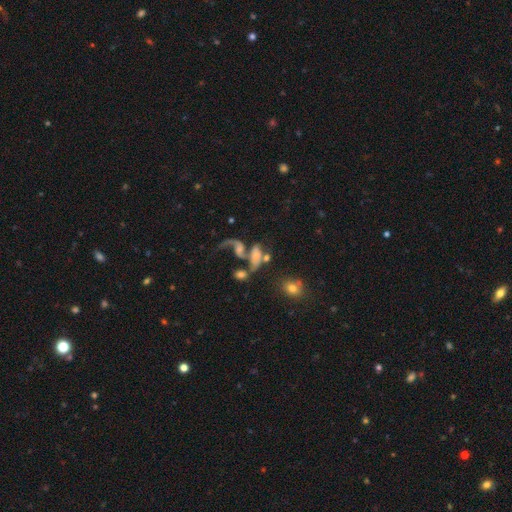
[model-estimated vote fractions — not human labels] A featured or disk galaxy (56%) with no bar (63%), spiral arms (63%) and a small central bulge (32%). Merging: merger (44%).